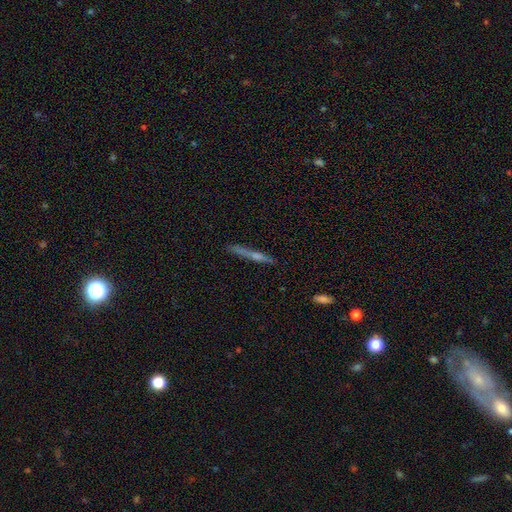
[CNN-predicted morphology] This appears to be a featured or disk galaxy (63%) viewed edge-on (97%) with a rounded central bulge (62%). Merging: none (86%).